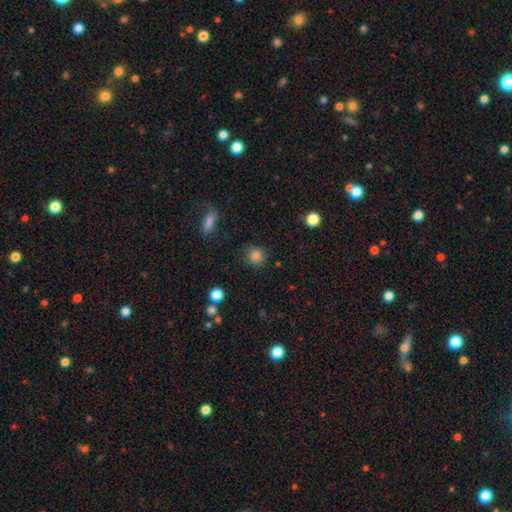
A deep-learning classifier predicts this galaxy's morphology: smooth 85%, star or artifact 11%, featured or disk 4%. Down the decision tree: how rounded — round (86%); merging — none (85%).